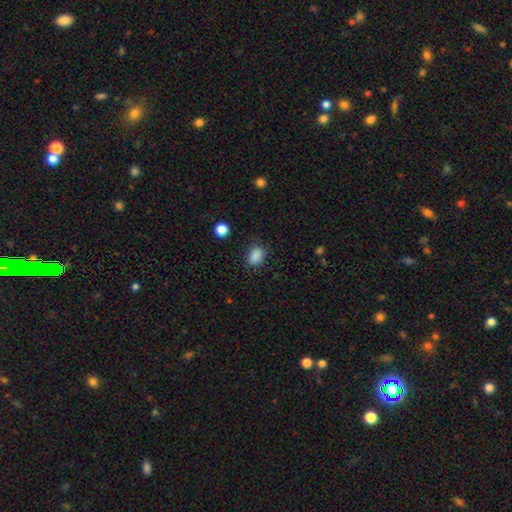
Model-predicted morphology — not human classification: Overall: smooth (86%). How rounded: in between (74%). Merging: none (80%).